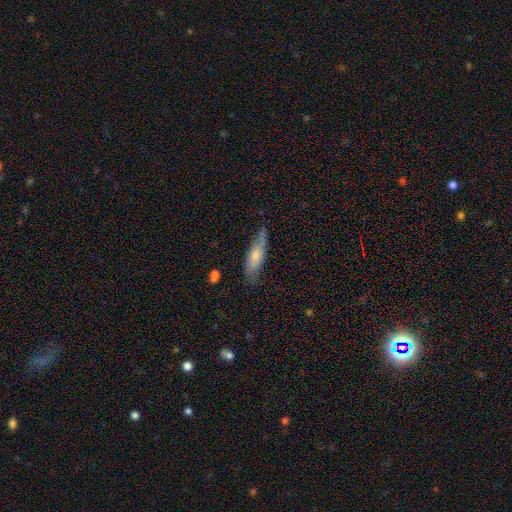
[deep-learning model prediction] Smooth or featured? Predicted: smooth (p=0.62). How rounded? Predicted: cigar-shaped (p=0.54). Merging? Predicted: none (p=0.67).